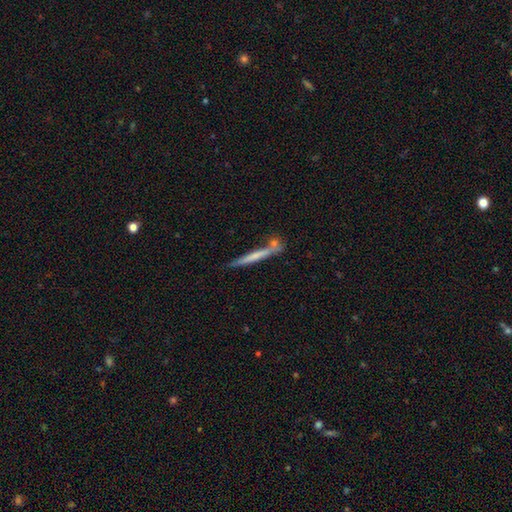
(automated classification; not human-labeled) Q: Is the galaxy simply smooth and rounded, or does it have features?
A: smooth — 53%.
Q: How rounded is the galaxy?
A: cigar-shaped — 96%.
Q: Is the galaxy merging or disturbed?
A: none — 67%.